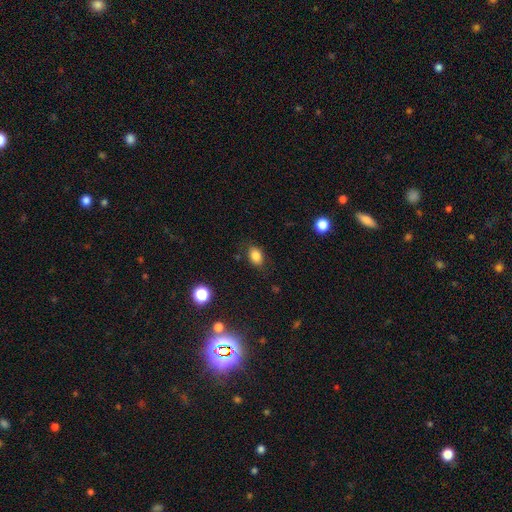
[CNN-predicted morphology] Smooth or featured? smooth (83%)
How rounded? in between (79%)
Merging? none (82%)